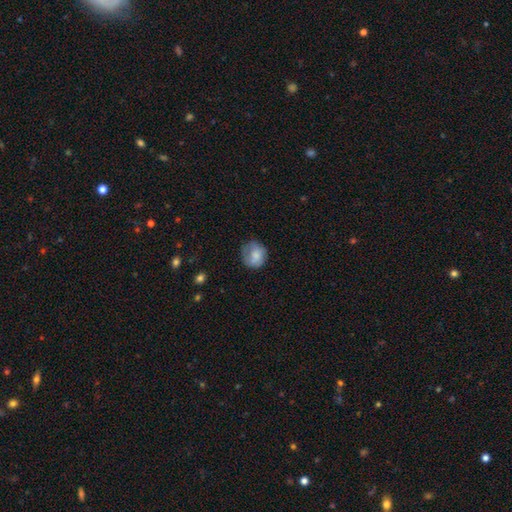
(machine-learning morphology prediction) A smooth galaxy with no disk features (77%) that is round (81%). Merging: none (63%).